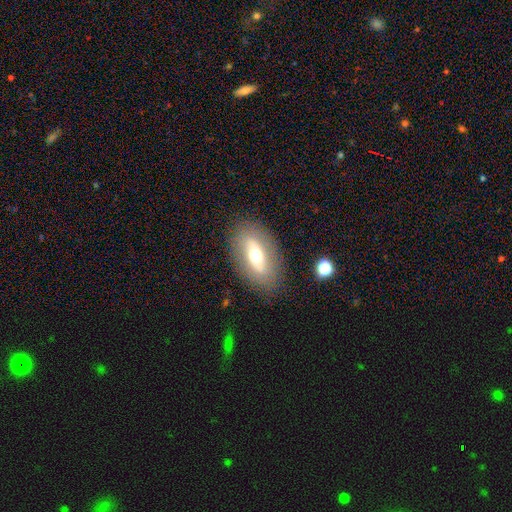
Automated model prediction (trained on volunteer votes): smooth_or_featured: featured or disk (p=0.48) [alt: smooth p=0.43]
merging: none (p=0.84) [alt: minor disturbance p=0.10]